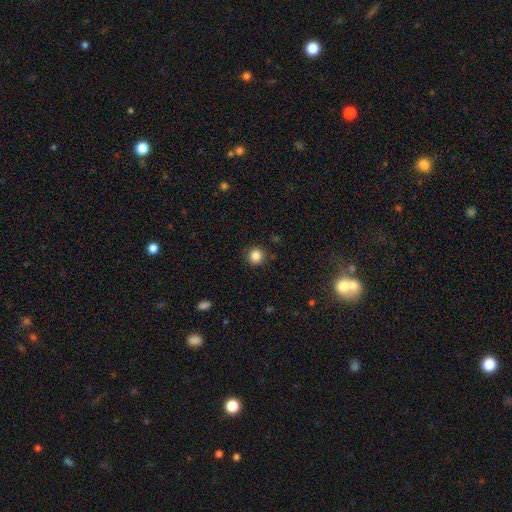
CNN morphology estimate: A smooth galaxy with no disk features (84%) that is round (94%). Merging: none (90%).